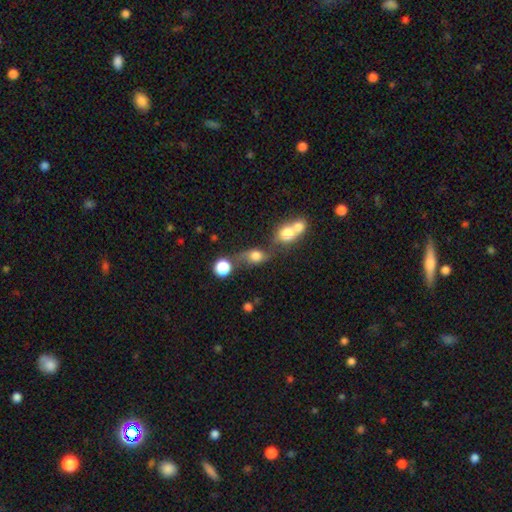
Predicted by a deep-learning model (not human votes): smooth-or-featured: smooth: 66% | featured or disk: 21% | star or artifact: 13%
  how-rounded: in between: 56% | round: 39% | cigar-shaped: 5%
  merging: none: 39% | merger: 33% | minor disturbance: 16% | major disturbance: 11%